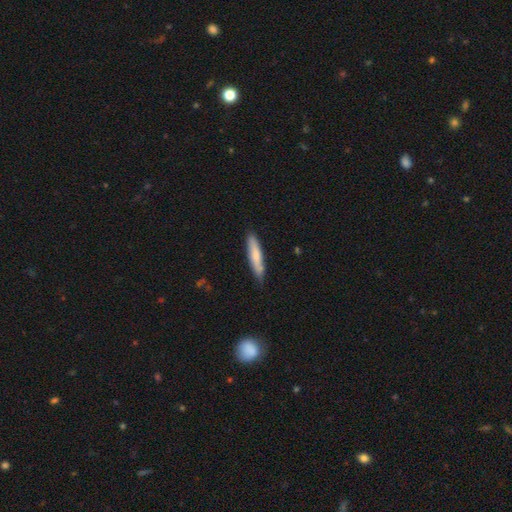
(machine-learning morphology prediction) Q: Smooth or featured?
A: smooth (71%); runner-up: featured or disk (24%)
Q: How rounded?
A: cigar-shaped (84%); runner-up: in between (14%)
Q: Merging?
A: none (78%); runner-up: minor disturbance (17%)